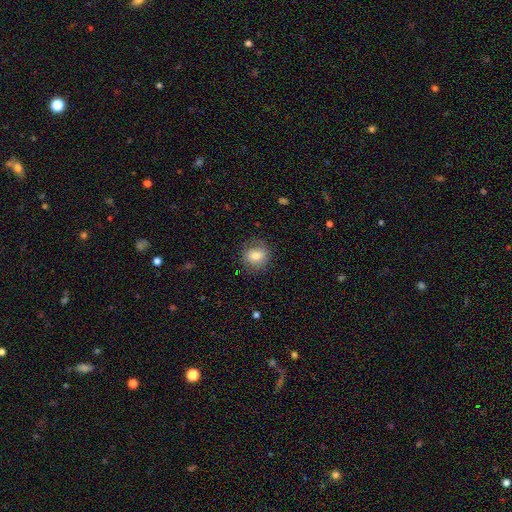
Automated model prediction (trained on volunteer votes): smooth_or_featured: smooth (p=0.74) [alt: featured or disk p=0.18]
how_rounded: round (p=0.72) [alt: in between p=0.27]
merging: none (p=0.78) [alt: minor disturbance p=0.15]